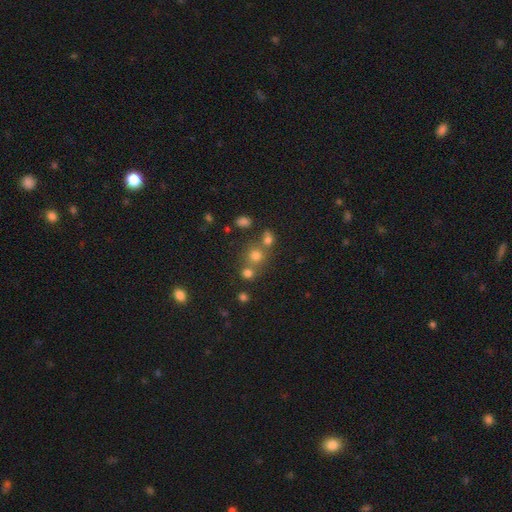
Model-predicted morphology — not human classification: The model was most divided on "merging": none: 56%, merger: 31%, minor disturbance: 9%, major disturbance: 4%. More confident: how rounded — round (84%); smooth or featured — smooth (67%).